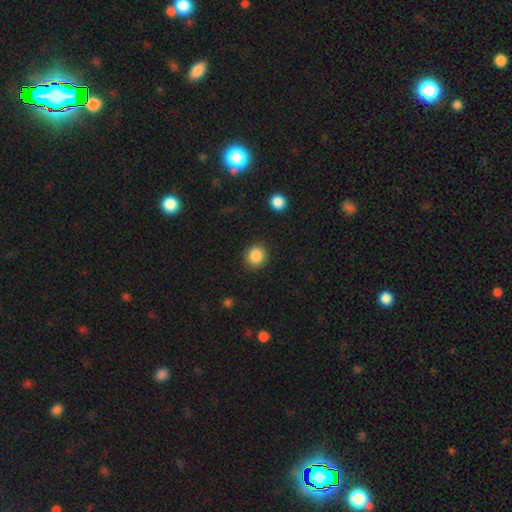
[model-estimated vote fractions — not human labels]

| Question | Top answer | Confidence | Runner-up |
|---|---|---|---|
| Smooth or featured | smooth | 87% | star or artifact (9%) |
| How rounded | round | 83% | in between (16%) |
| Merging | none | 90% | minor disturbance (7%) |